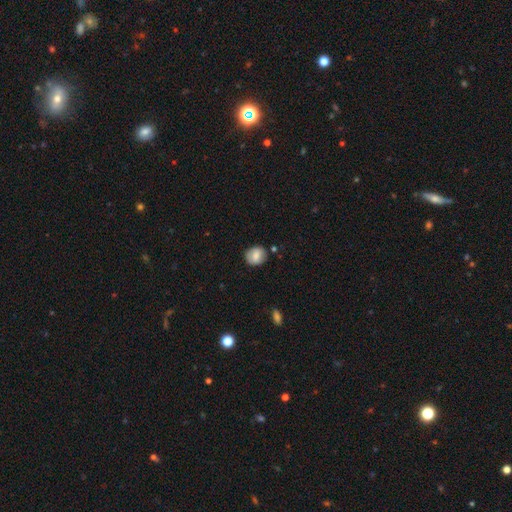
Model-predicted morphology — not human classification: smooth-or-featured: smooth: 76% | featured or disk: 16% | star or artifact: 8%
  how-rounded: round: 68% | in between: 31% | cigar-shaped: 1%
  merging: none: 80% | minor disturbance: 14% | major disturbance: 3% | merger: 3%